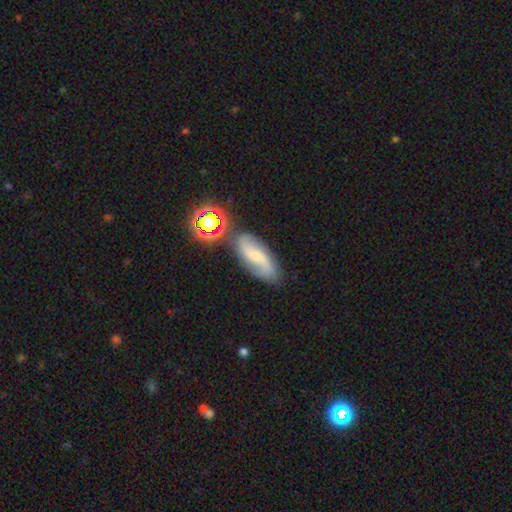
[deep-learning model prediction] A featured or disk galaxy (61%) with a weak bar (45%), 2 (87%) loose (57%) spiral arms (92%) and a small central bulge (52%).

Vote fractions:
- Smooth or featured? featured or disk: 61% / smooth: 26% / star or artifact: 13%
- Edge-on disk? no: 91% / yes: 9%
- Bar? weak: 45% / no: 38% / strong: 17%
- Spiral arms? yes: 92% / no: 8%
- Spiral winding? loose: 57% / medium: 32% / tight: 11%
- Spiral arm count? 2: 87% / can't tell: 7% / 1: 3% / 3: 2% / 4: 1% / more than 4: 1%
- Bulge size? small: 52% / moderate: 28% / none: 15% / large: 4% / dominant: 2%
- Merging? none: 69% / minor disturbance: 16% / merger: 10% / major disturbance: 5%